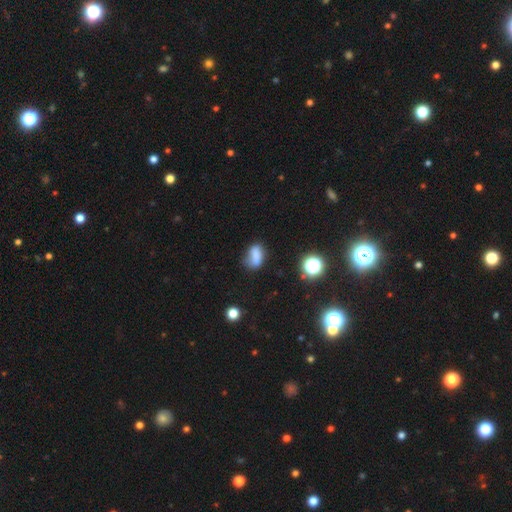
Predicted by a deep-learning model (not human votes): This appears to be a smooth galaxy with no disk features (76%) that is in between round and cigar-shaped (81%). Merging: none (55%).